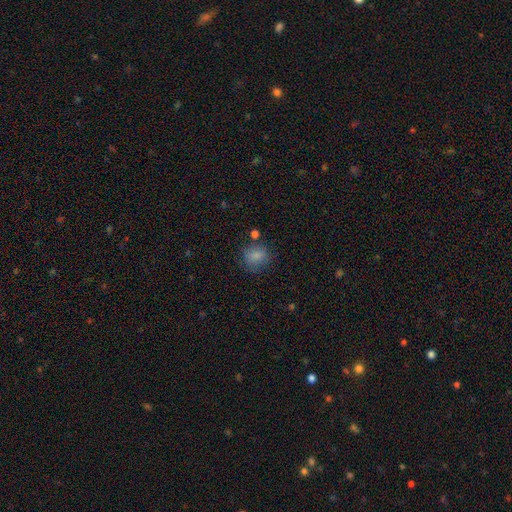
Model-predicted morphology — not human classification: A smooth galaxy with no disk features (82%) that is round (63%).

Vote fractions:
- Smooth or featured? smooth: 82% / star or artifact: 10% / featured or disk: 7%
- How rounded? round: 63% / in between: 36% / cigar-shaped: 1%
- Merging? none: 70% / minor disturbance: 18% / major disturbance: 7% / merger: 5%